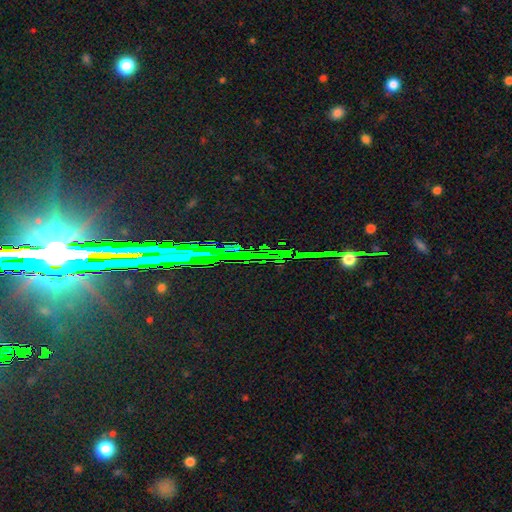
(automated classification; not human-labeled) A star or artifact, not a galaxy (80%).